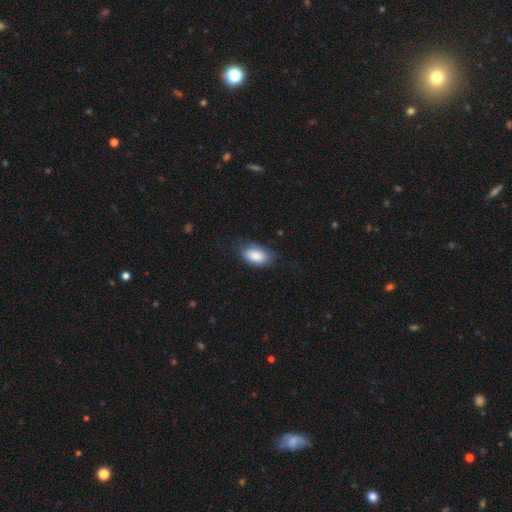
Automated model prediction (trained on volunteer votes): Q: Smooth or featured?
A: smooth (86%); runner-up: featured or disk (8%)
Q: How rounded?
A: in between (92%); runner-up: round (5%)
Q: Merging?
A: none (70%); runner-up: minor disturbance (22%)